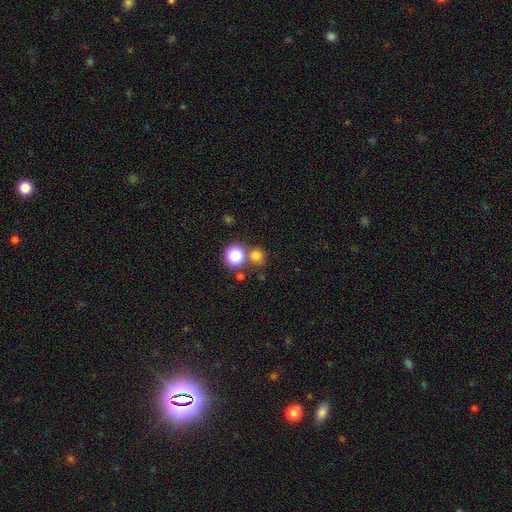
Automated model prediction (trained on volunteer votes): Smooth or featured? smooth (71%)
How rounded? round (86%)
Merging? none (66%)